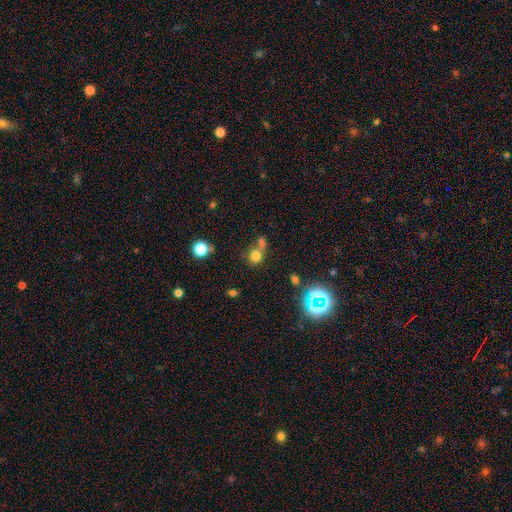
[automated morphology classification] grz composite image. It shows a smooth galaxy with no disk features (73%) that is round (84%). Merging: none (45%).